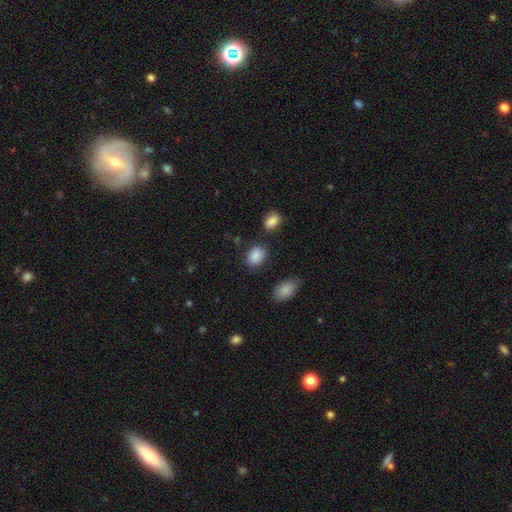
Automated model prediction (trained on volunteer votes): smooth 87%, star or artifact 8%, featured or disk 5%. Down the decision tree: how rounded — in between (63%); merging — none (77%).